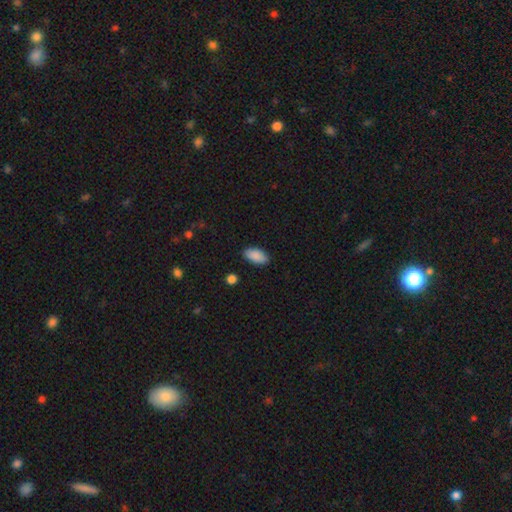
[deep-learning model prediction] smooth-or-featured: smooth: 89% | star or artifact: 7% | featured or disk: 4%
  how-rounded: in between: 93% | cigar-shaped: 5% | round: 3%
  merging: none: 86% | minor disturbance: 10% | major disturbance: 2% | merger: 1%